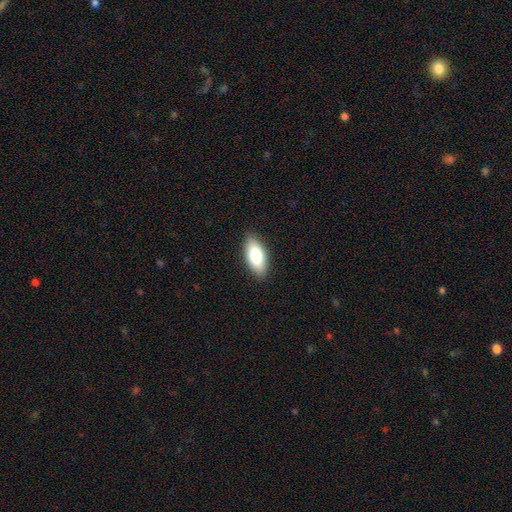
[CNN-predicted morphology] A smooth galaxy with no disk features (80%) that is in between round and cigar-shaped (87%).

Vote fractions:
- Smooth or featured? smooth: 80% / featured or disk: 14% / star or artifact: 6%
- How rounded? in between: 87% / cigar-shaped: 11% / round: 2%
- Merging? none: 87% / minor disturbance: 10% / major disturbance: 2% / merger: 1%